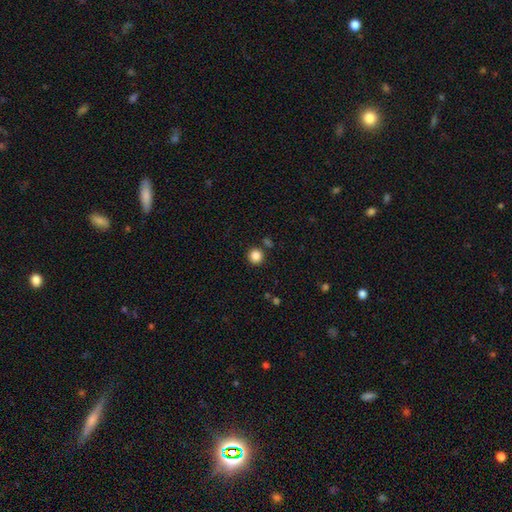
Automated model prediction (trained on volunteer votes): This appears to be a smooth galaxy with no disk features (85%) that is round (94%). Merging: none (86%).